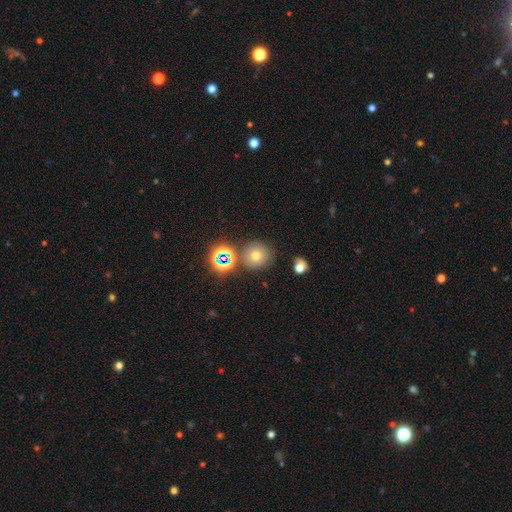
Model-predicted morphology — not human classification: Smooth or featured? smooth (64%)
How rounded? round (90%)
Merging? none (79%)